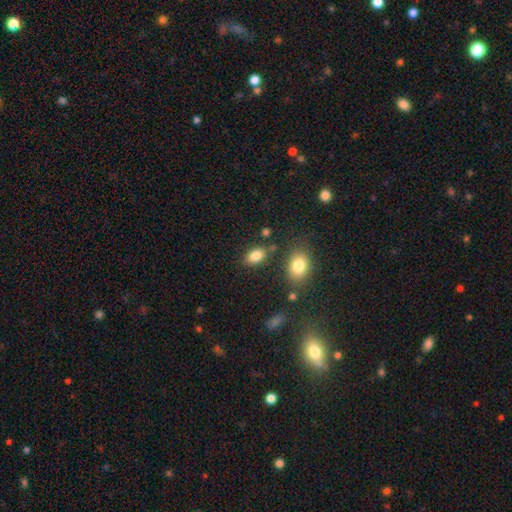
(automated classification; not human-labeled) Smooth or featured?
  - smooth: 85% *
  - star or artifact: 9%
  - featured or disk: 6%
How rounded?
  - in between: 88% *
  - round: 10%
  - cigar-shaped: 2%
Merging?
  - none: 78% *
  - minor disturbance: 12%
  - merger: 6%
  - major disturbance: 4%